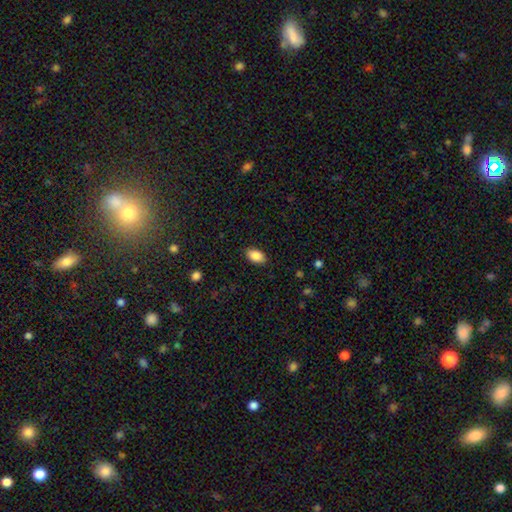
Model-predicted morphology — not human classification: Smooth or featured: smooth — 88% (star or artifact — 7%)
How rounded: in between — 93% (round — 5%)
Merging: none — 88% (minor disturbance — 9%)